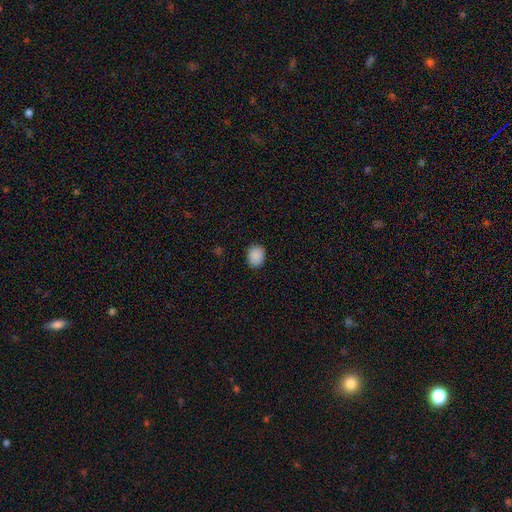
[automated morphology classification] This appears to be a smooth galaxy with no disk features (89%) that is round (50%). Merging: none (88%).